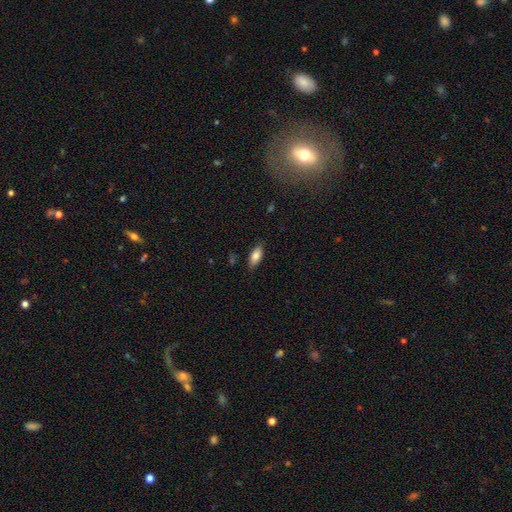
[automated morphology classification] smooth-or-featured: smooth: 81% | featured or disk: 12% | star or artifact: 7%
  how-rounded: in between: 82% | cigar-shaped: 16% | round: 2%
  merging: none: 84% | minor disturbance: 13% | major disturbance: 3% | merger: 1%